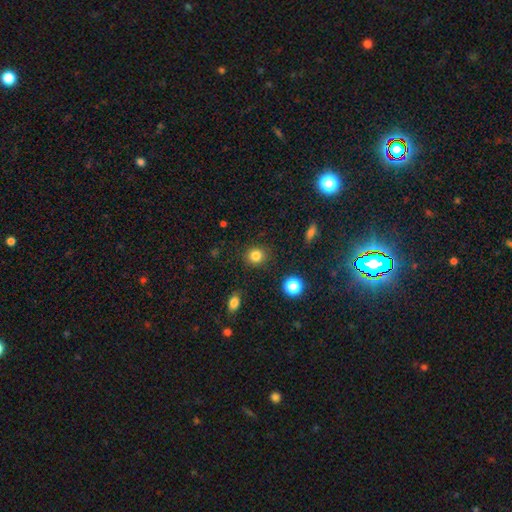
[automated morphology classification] This is clearly a smooth galaxy (83%). How rounded: clearly round (87%). Merging: clearly none (89%).